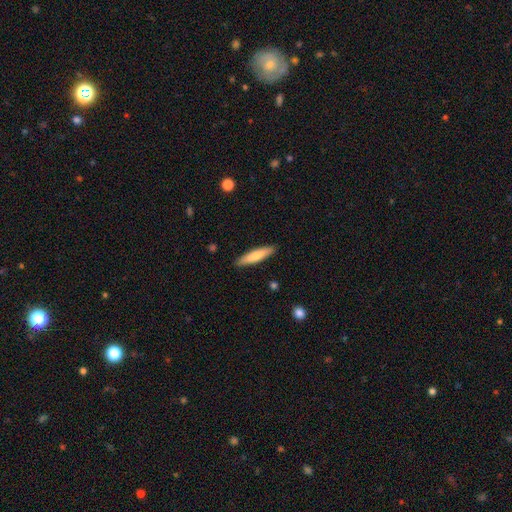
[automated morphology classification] A smooth galaxy with no disk features (77%) that is cigar-shaped (83%).

Vote fractions:
- Smooth or featured? smooth: 77% / featured or disk: 17% / star or artifact: 5%
- How rounded? cigar-shaped: 83% / in between: 16% / round: 1%
- Merging? none: 90% / minor disturbance: 8% / major disturbance: 2% / merger: 1%